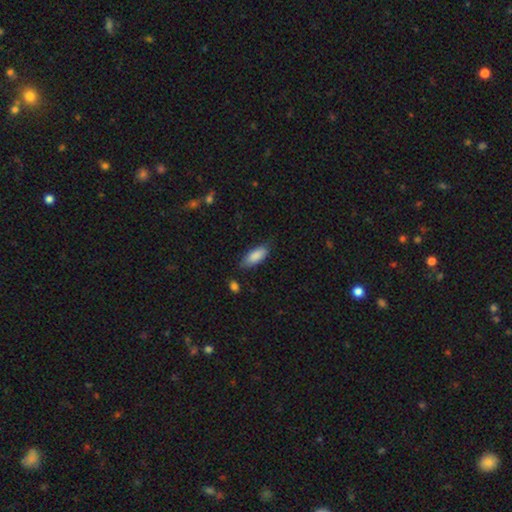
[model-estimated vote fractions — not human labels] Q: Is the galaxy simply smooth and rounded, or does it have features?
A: smooth — 87%.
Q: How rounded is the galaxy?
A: in between — 83%.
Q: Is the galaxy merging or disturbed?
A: none — 75%.